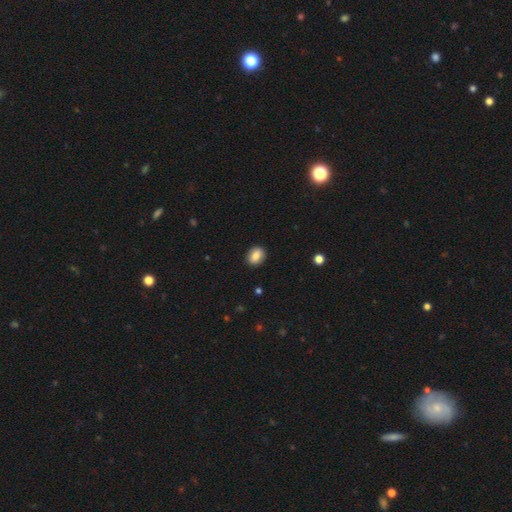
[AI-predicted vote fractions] smooth_or_featured: smooth (p=0.83) [alt: featured or disk p=0.08]
how_rounded: in between (p=0.51) [alt: round p=0.47]
merging: none (p=0.90) [alt: minor disturbance p=0.07]